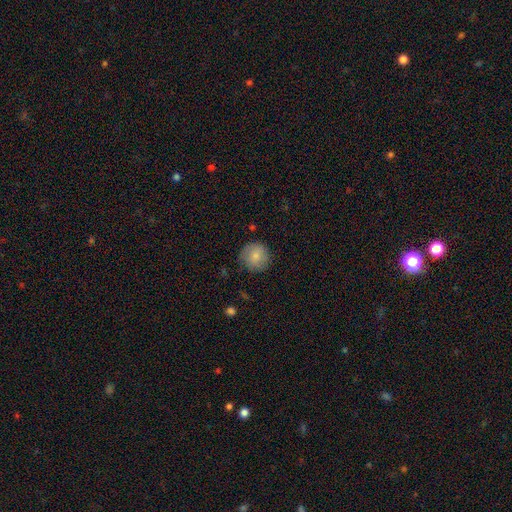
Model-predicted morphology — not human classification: This appears to be a smooth galaxy with no disk features (80%) that is round (93%). Merging: none (79%).